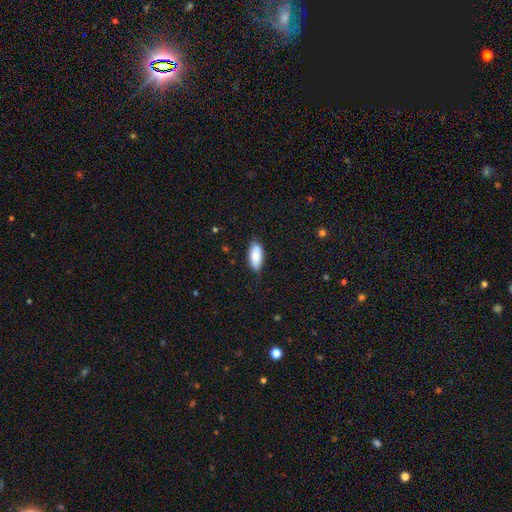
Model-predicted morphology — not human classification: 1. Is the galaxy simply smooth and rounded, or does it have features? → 86% smooth, 8% featured or disk, 6% star or artifact.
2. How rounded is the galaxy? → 87% in between, 11% cigar-shaped, 2% round.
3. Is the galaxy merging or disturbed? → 81% none, 16% minor disturbance, 3% major disturbance, 1% merger.